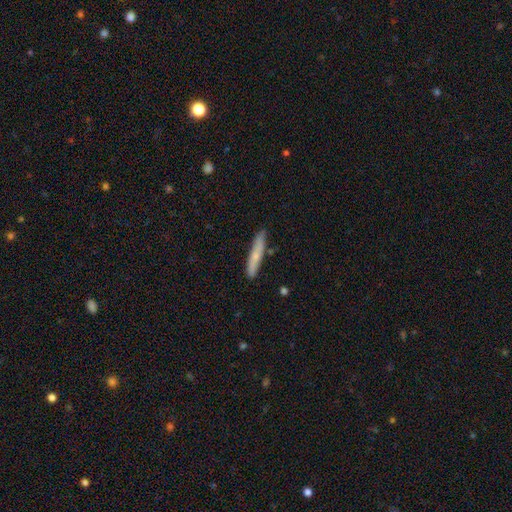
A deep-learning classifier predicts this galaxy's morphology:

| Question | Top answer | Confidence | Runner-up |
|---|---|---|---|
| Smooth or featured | smooth | 61% | featured or disk (33%) |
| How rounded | cigar-shaped | 93% | in between (5%) |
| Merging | none | 85% | minor disturbance (11%) |